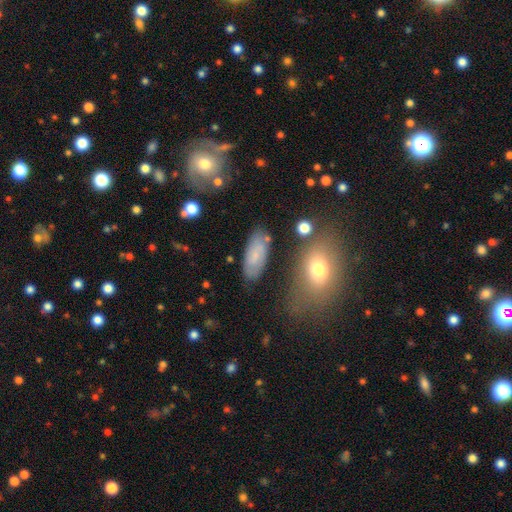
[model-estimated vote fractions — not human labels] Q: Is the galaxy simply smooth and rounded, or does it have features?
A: smooth — 63%.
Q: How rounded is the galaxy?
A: in between — 85%.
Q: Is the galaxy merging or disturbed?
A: none — 76%.